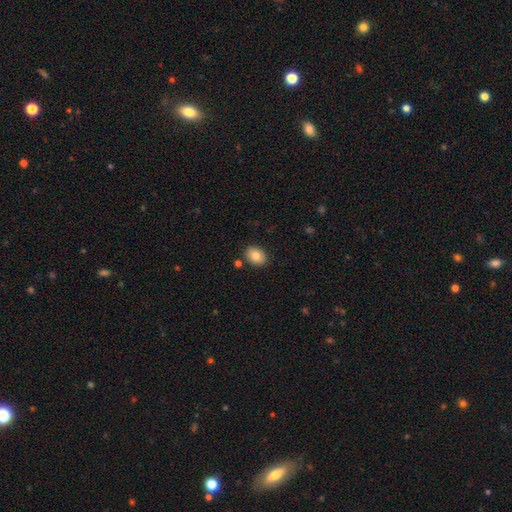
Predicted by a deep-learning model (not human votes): The model was most divided on "how rounded": in between: 61%, round: 38%, cigar-shaped: 1%. More confident: merging — none (85%); smooth or featured — smooth (80%).